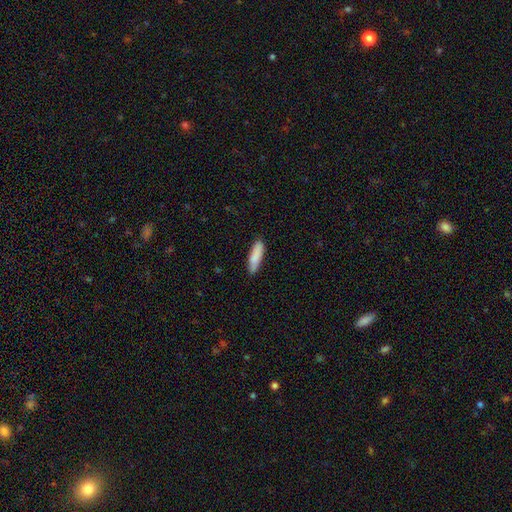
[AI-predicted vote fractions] Morphology: type=smooth (86%); roundness=cigar-shaped (67%); merging=none (86%).